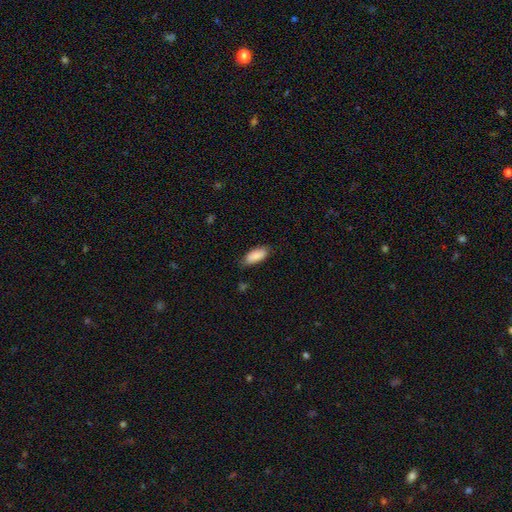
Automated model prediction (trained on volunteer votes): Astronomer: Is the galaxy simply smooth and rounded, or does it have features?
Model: smooth — 87%.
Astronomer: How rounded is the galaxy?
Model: in between — 86%.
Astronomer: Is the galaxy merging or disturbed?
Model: none — 78%.